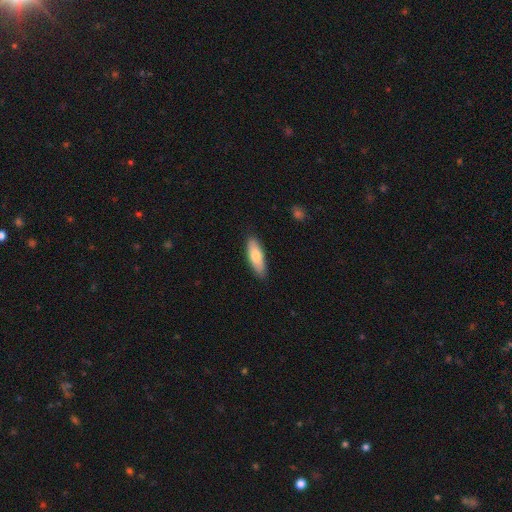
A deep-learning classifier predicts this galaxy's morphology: Smooth or featured? smooth (77%)
How rounded? in between (62%)
Merging? none (87%)